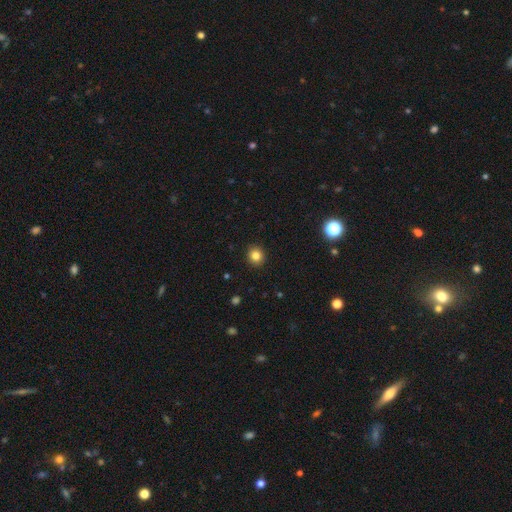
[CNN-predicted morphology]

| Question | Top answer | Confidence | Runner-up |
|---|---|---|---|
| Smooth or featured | smooth | 83% | star or artifact (12%) |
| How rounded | round | 87% | in between (12%) |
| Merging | none | 92% | minor disturbance (5%) |